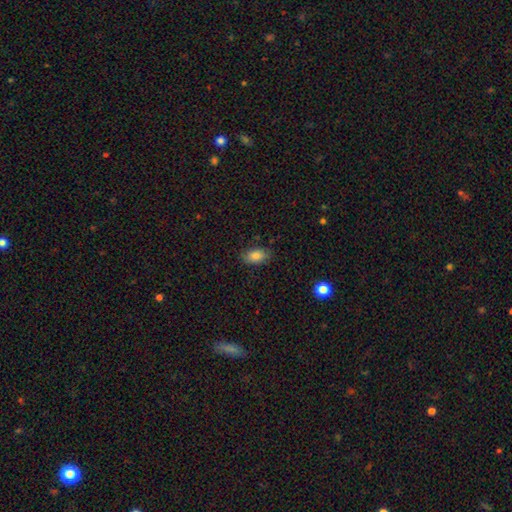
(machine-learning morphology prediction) Overall: smooth (83%). How rounded: in between (90%). Merging: none (83%).